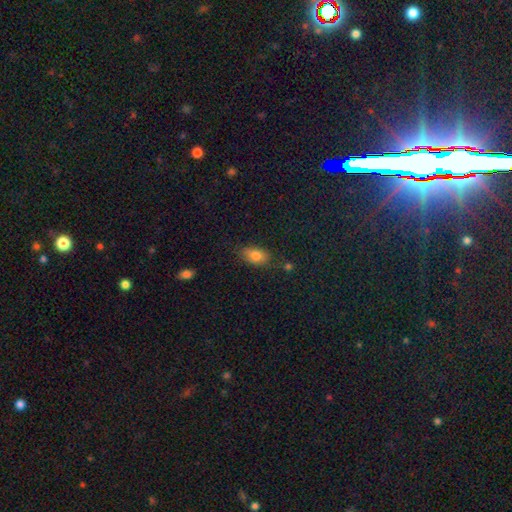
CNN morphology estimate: Q: Smooth or featured?
A: smooth (81%); runner-up: star or artifact (10%)
Q: How rounded?
A: in between (87%); runner-up: round (9%)
Q: Merging?
A: none (78%); runner-up: minor disturbance (16%)